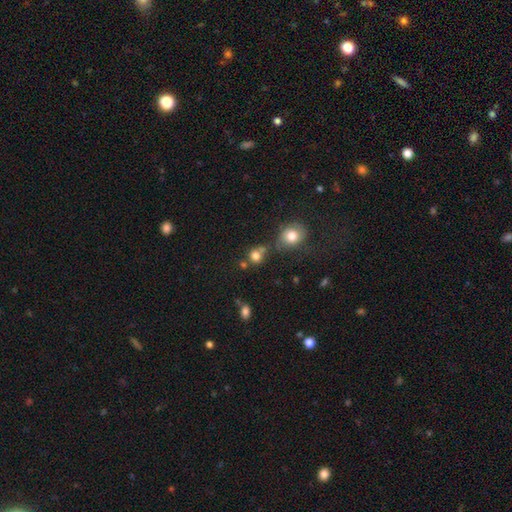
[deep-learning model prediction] Smooth or featured? Predicted: smooth (p=0.78). How rounded? Predicted: round (p=0.79). Merging? Predicted: none (p=0.52).